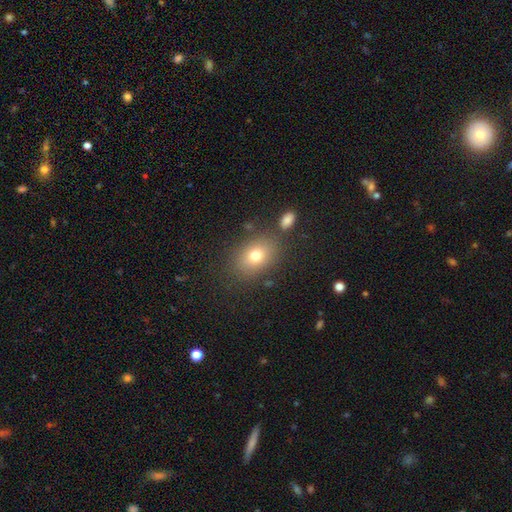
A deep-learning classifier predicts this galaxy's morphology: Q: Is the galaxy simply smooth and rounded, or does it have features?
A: smooth — 76%.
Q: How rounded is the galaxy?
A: in between — 73%.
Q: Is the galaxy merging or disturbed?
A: none — 77%.